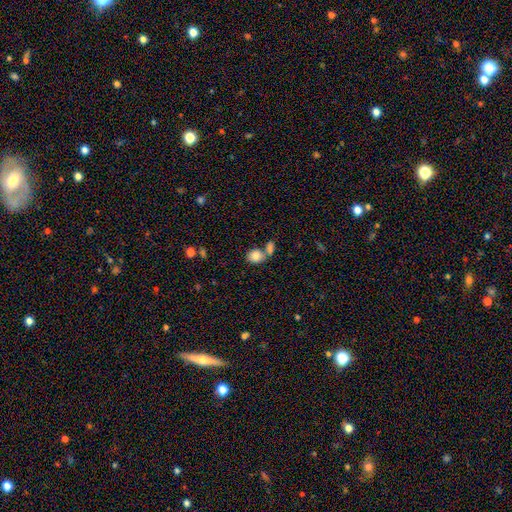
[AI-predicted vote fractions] smooth_or_featured: smooth (p=0.85) [alt: star or artifact p=0.08]
how_rounded: round (p=0.53) [alt: in between p=0.46]
merging: none (p=0.47) [alt: merger p=0.38]